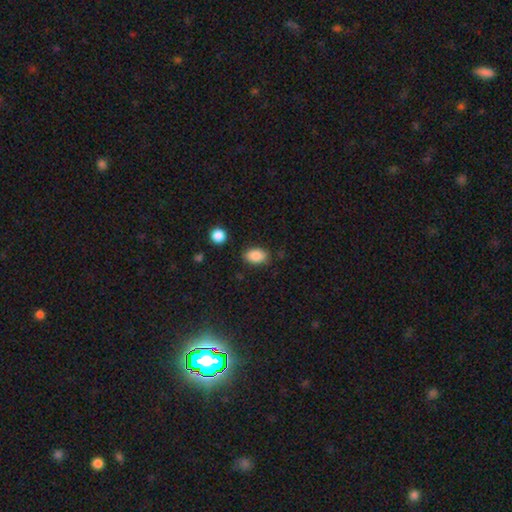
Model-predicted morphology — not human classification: Smooth or featured? Predicted: smooth (p=0.86). How rounded? Predicted: in between (p=0.87). Merging? Predicted: none (p=0.82).